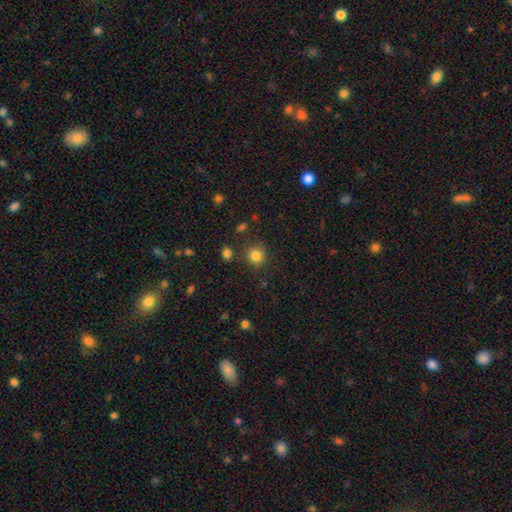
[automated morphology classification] This is clearly a smooth galaxy (83%). How rounded: clearly round (90%). Merging: clearly none (84%).